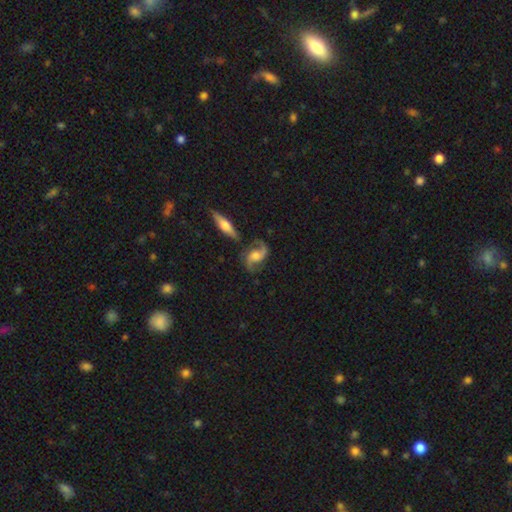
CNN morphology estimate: Q: Smooth or featured?
A: featured or disk (87%); runner-up: smooth (8%)
Q: Edge-on disk?
A: no (95%); runner-up: yes (5%)
Q: Bar?
A: no (52%); runner-up: weak (39%)
Q: Spiral arms?
A: yes (97%); runner-up: no (3%)
Q: Spiral winding?
A: loose (47%); runner-up: medium (43%)
Q: Spiral arm count?
A: 2 (93%); runner-up: can't tell (2%)
Q: Bulge size?
A: moderate (45%); runner-up: small (23%)
Q: Merging?
A: none (69%); runner-up: minor disturbance (17%)